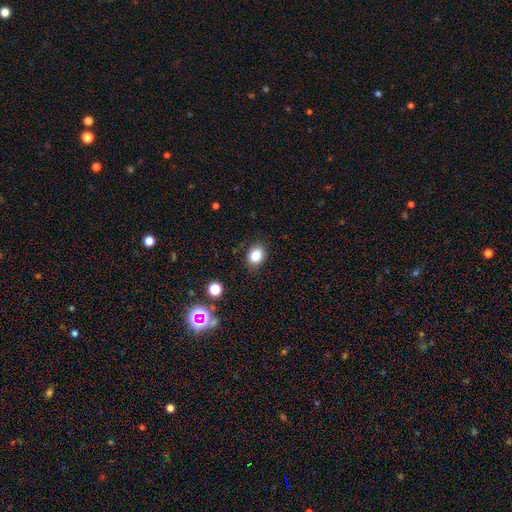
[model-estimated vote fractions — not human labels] Smooth or featured? smooth (84%)
How rounded? in between (53%)
Merging? none (81%)